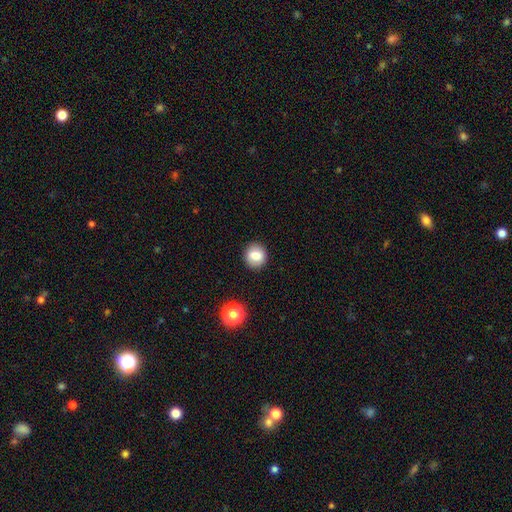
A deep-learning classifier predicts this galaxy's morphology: This is clearly a smooth galaxy (80%). How rounded: likely round (79%). Merging: clearly none (88%).